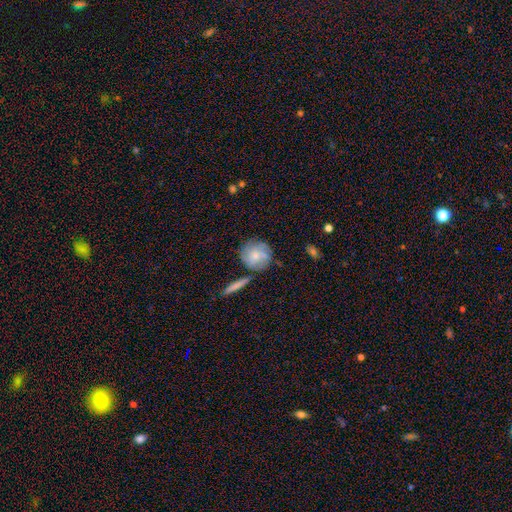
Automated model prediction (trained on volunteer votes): Morphology: type=smooth (48%); merging=none (70%).